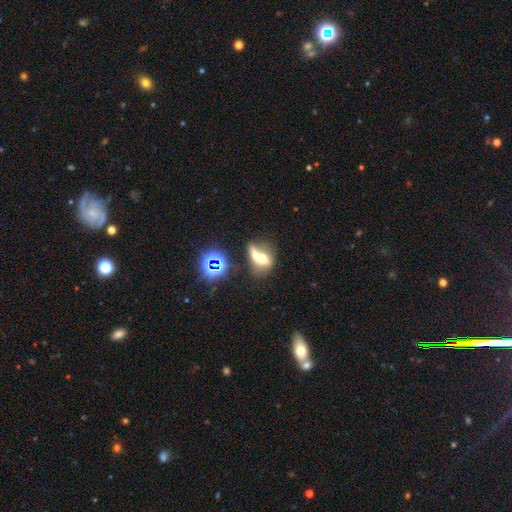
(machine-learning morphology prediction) This is possibly a smooth galaxy (56%). How rounded: possibly in between (52%). Merging: likely merger (69%).